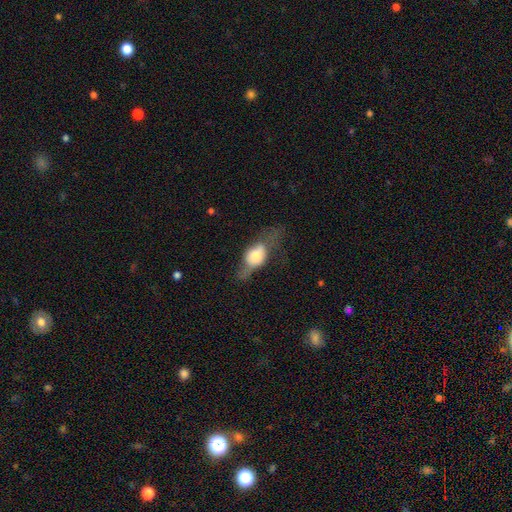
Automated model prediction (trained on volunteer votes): smooth-or-featured: smooth: 52% | featured or disk: 40% | star or artifact: 8%
  how-rounded: in between: 63% | round: 28% | cigar-shaped: 9%
  merging: none: 36% | major disturbance: 34% | minor disturbance: 26% | merger: 4%